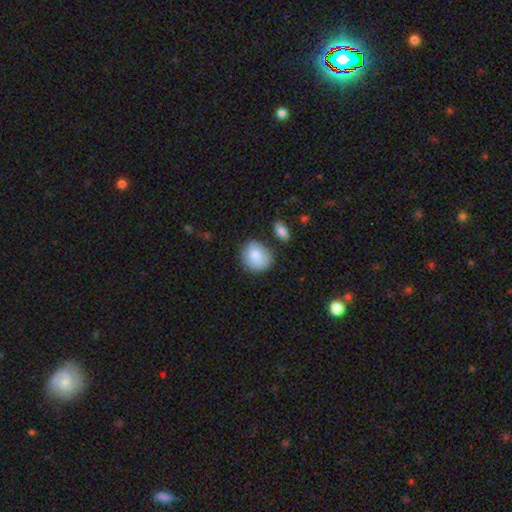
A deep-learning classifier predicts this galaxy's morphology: Smooth or featured? smooth (80%)
How rounded? round (73%)
Merging? none (68%)